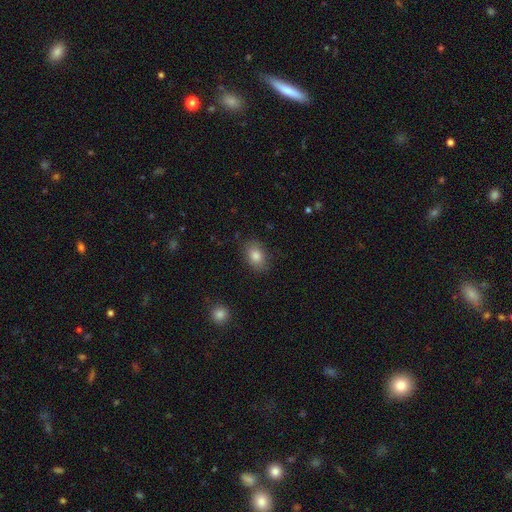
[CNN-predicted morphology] Smooth or featured? smooth (82%)
How rounded? in between (82%)
Merging? none (84%)